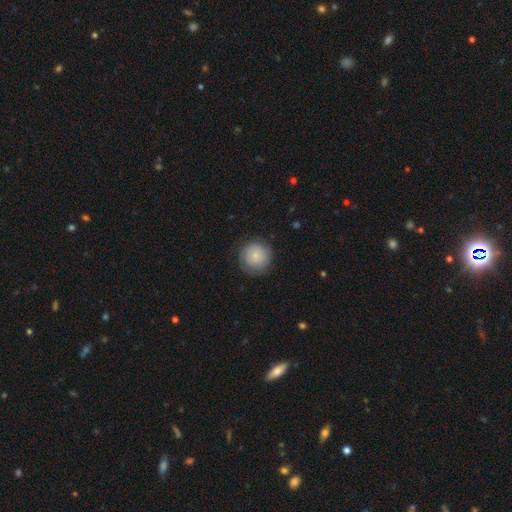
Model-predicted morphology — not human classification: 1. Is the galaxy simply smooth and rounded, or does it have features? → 75% smooth, 18% featured or disk, 7% star or artifact.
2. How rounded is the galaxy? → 95% round, 4% in between, 1% cigar-shaped.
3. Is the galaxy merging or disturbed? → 82% none, 13% minor disturbance, 4% major disturbance, 1% merger.